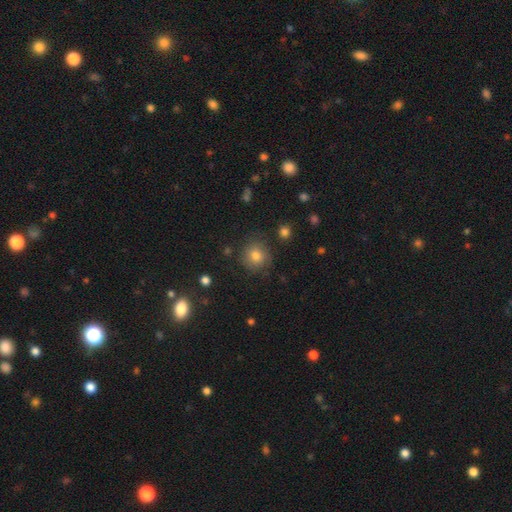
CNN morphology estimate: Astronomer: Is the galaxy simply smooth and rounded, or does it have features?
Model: smooth — 78%.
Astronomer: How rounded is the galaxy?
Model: round — 89%.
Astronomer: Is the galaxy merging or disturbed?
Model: none — 82%.